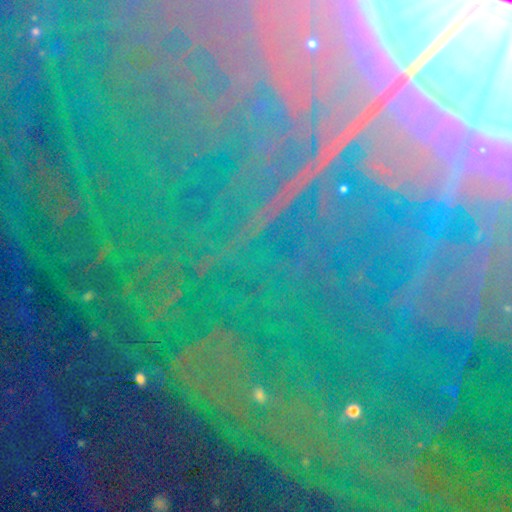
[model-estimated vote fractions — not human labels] Overall: star or artifact (85%).